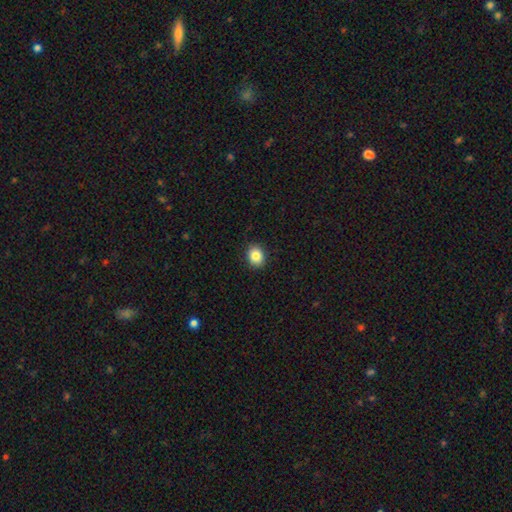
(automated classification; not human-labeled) This appears to be a smooth galaxy with no disk features (85%) that is round (56%). Merging: none (89%).